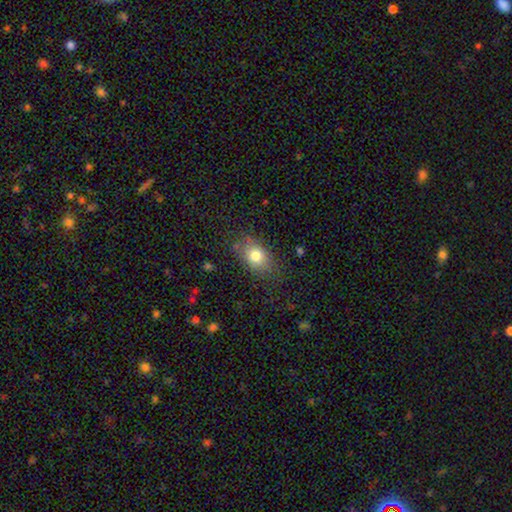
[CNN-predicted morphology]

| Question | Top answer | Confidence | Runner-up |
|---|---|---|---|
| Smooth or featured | smooth | 78% | featured or disk (12%) |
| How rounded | in between | 73% | round (25%) |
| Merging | none | 76% | minor disturbance (17%) |